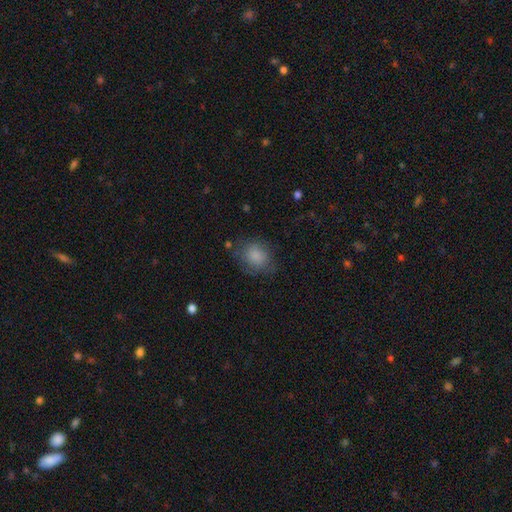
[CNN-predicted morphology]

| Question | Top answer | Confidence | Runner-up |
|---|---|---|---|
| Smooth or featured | smooth | 83% | star or artifact (8%) |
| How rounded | round | 64% | in between (35%) |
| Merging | none | 67% | minor disturbance (22%) |